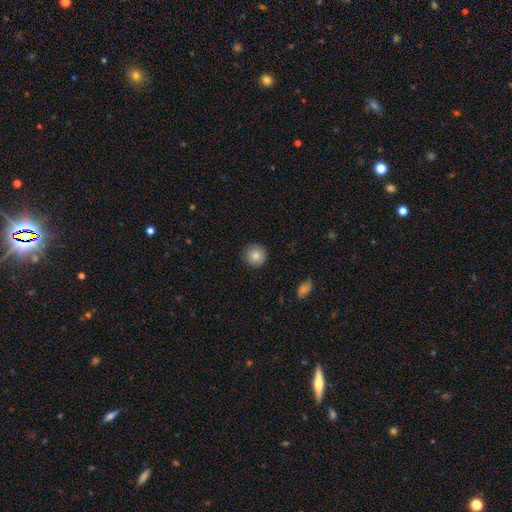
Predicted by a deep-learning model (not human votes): smooth_or_featured: smooth (p=0.84) [alt: star or artifact p=0.08]
how_rounded: round (p=0.95) [alt: in between p=0.04]
merging: none (p=0.90) [alt: minor disturbance p=0.07]